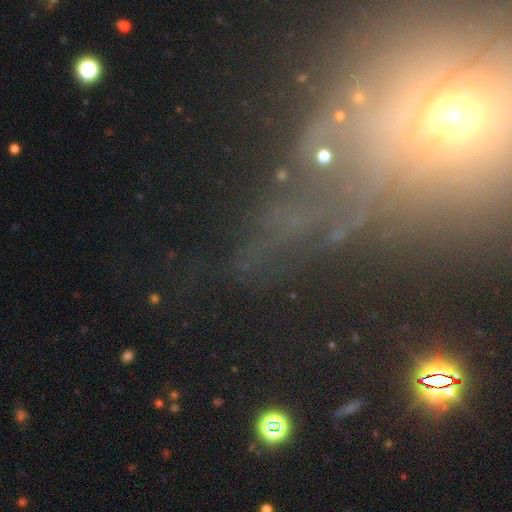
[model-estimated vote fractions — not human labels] A star or artifact, not a galaxy (53%).

Vote fractions:
- Smooth or featured? star or artifact: 53% / featured or disk: 28% / smooth: 19%